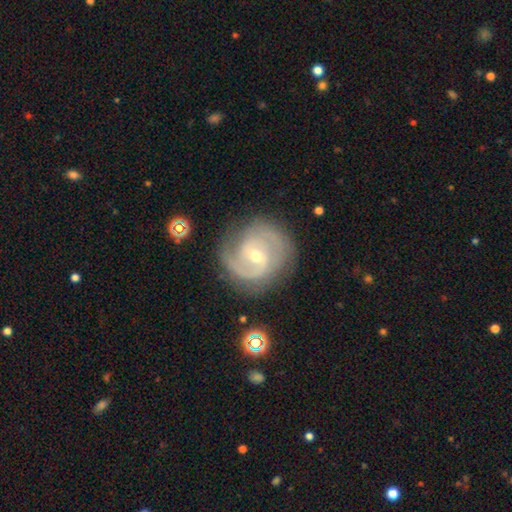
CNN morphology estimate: smooth_or_featured: featured or disk (p=0.88) [alt: smooth p=0.06]
disk_edge_on: no (p=0.98) [alt: yes p=0.02]
bar: no (p=0.44) [alt: weak p=0.43]
has_spiral_arms: yes (p=0.97) [alt: no p=0.03]
spiral_winding: tight (p=0.46) [alt: medium p=0.44]
spiral_arm_count: 2 (p=0.73) [alt: 3 p=0.11]
bulge_size: small (p=0.52) [alt: moderate p=0.45]
merging: none (p=0.77) [alt: minor disturbance p=0.16]